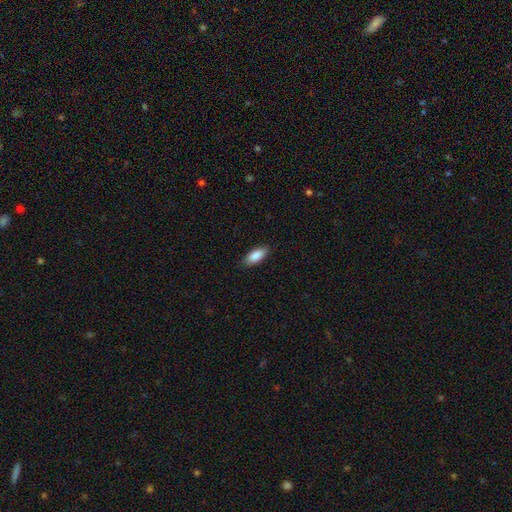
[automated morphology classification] smooth 88%, star or artifact 6%, featured or disk 6%. Down the decision tree: how rounded — in between (82%); merging — none (87%).